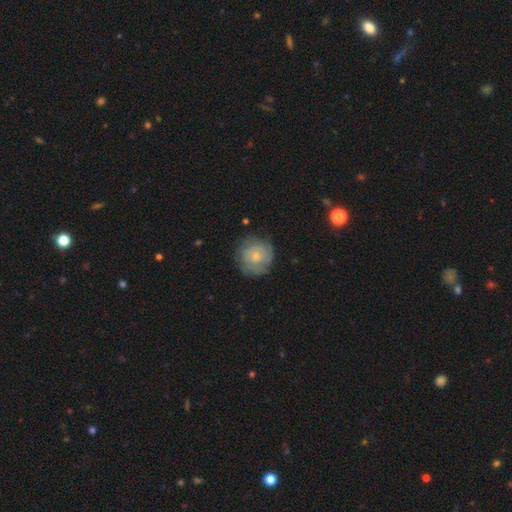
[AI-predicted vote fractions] Smooth or featured: smooth — 59% (featured or disk — 33%)
How rounded: round — 92% (in between — 7%)
Merging: none — 76% (minor disturbance — 17%)